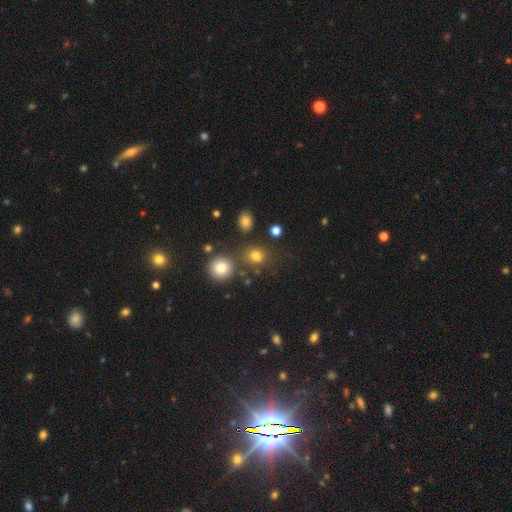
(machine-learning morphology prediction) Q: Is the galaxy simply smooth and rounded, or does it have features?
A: smooth — 77%.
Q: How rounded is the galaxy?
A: round — 65%.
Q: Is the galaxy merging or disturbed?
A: none — 68%.